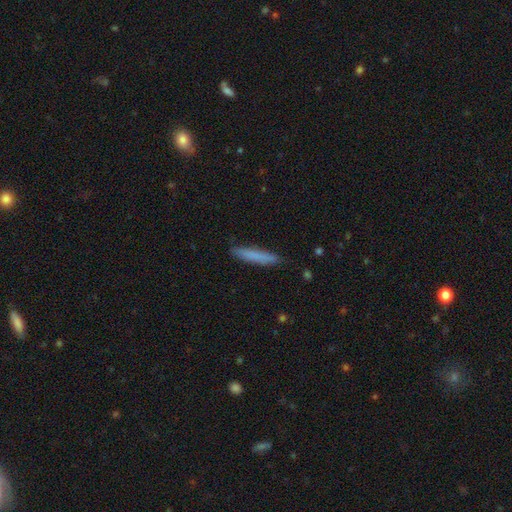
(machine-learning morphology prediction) Smooth or featured: smooth — 78% (featured or disk — 16%)
How rounded: cigar-shaped — 94% (in between — 5%)
Merging: none — 88% (minor disturbance — 9%)